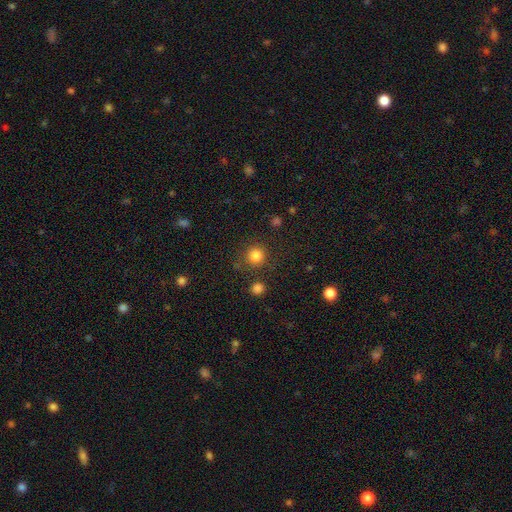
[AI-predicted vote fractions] Overall: smooth (83%). How rounded: round (94%). Merging: none (85%).